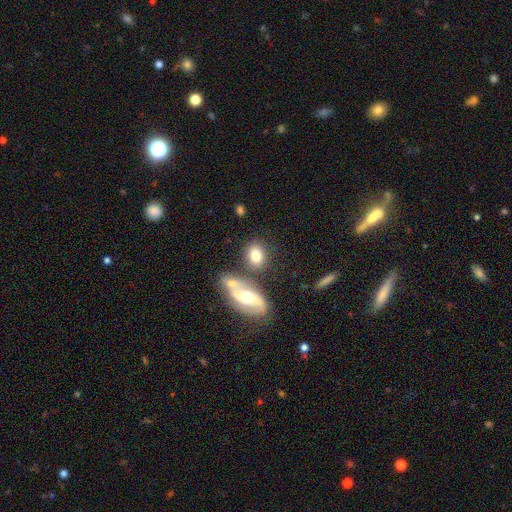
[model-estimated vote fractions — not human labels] smooth 75%, featured or disk 17%, star or artifact 8%. Down the decision tree: how rounded — in between (59%); merging — none (63%).